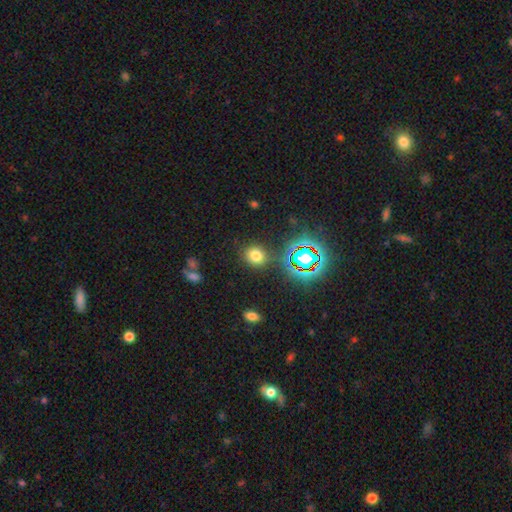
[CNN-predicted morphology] Smooth or featured?
  - smooth: 69% *
  - star or artifact: 23%
  - featured or disk: 8%
How rounded?
  - round: 69% *
  - in between: 29%
  - cigar-shaped: 1%
Merging?
  - none: 82% *
  - minor disturbance: 10%
  - merger: 4%
  - major disturbance: 4%